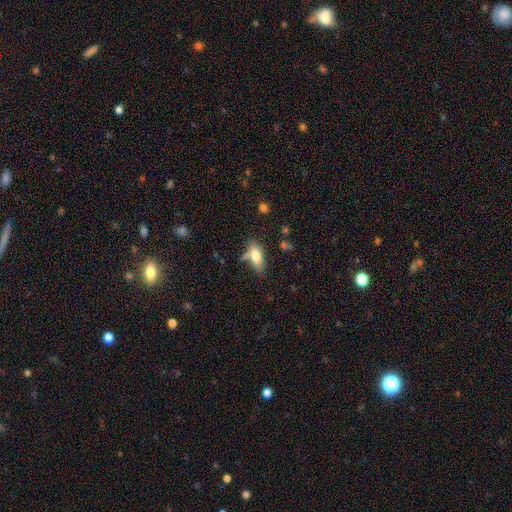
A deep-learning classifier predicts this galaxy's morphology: A smooth galaxy with no disk features (72%) that is in between round and cigar-shaped (80%).

Vote fractions:
- Smooth or featured? smooth: 72% / featured or disk: 20% / star or artifact: 8%
- How rounded? in between: 80% / cigar-shaped: 16% / round: 4%
- Merging? none: 61% / minor disturbance: 19% / merger: 13% / major disturbance: 6%